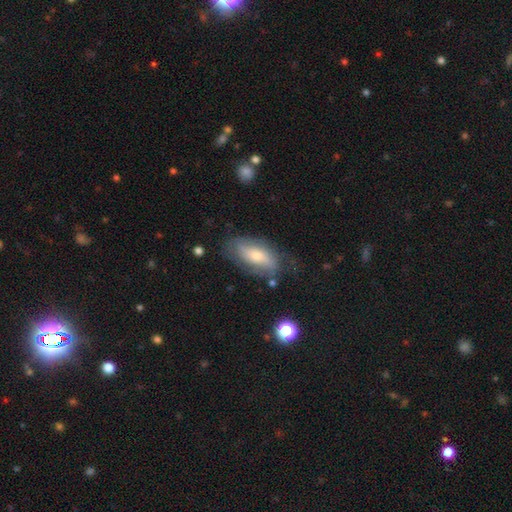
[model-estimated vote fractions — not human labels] A smooth galaxy with no disk features (47%). Merging: none (65%).